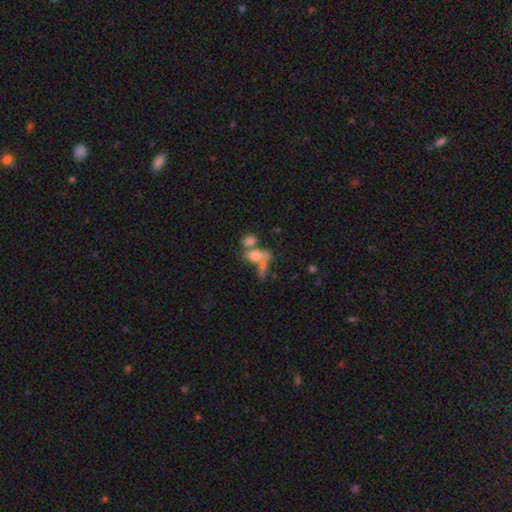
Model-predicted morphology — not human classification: smooth-or-featured: smooth: 65% | featured or disk: 23% | star or artifact: 12%
  how-rounded: in between: 74% | round: 18% | cigar-shaped: 8%
  merging: merger: 55% | none: 24% | major disturbance: 11% | minor disturbance: 10%